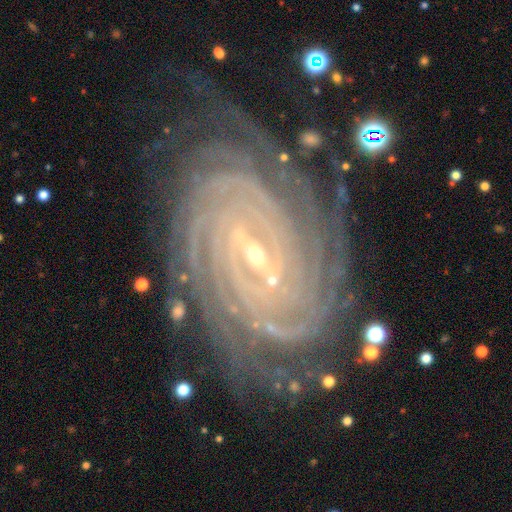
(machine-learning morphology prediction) A featured or disk galaxy (92%) with a weak bar (40%), more than 4 (26%) tight (87%) spiral arms (99%) and a small central bulge (79%). Merging: none (76%).